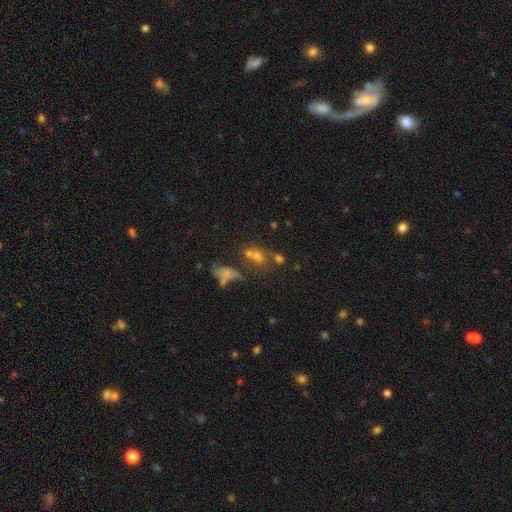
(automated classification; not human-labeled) smooth-or-featured: smooth: 45% | star or artifact: 34% | featured or disk: 21%
  merging: none: 42% | merger: 36% | minor disturbance: 12% | major disturbance: 10%